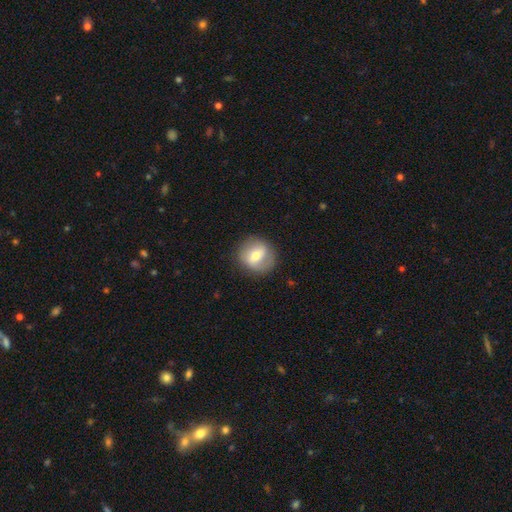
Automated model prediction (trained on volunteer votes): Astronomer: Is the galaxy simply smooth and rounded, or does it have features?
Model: smooth — 53% (runner-up: featured or disk, 40%).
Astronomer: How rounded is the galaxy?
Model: round — 85%.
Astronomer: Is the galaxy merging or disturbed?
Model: none — 82%.